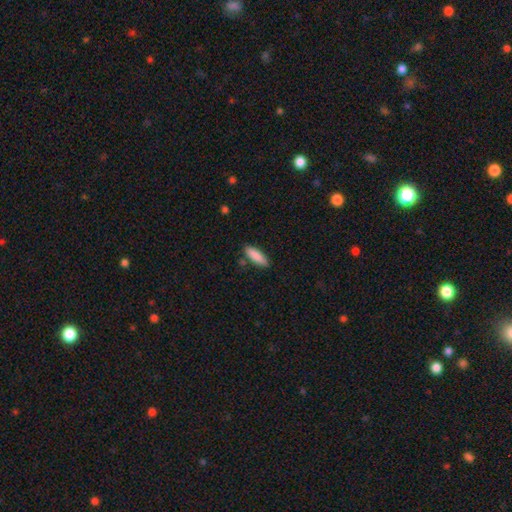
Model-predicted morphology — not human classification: This appears to be a smooth galaxy with no disk features (86%) that is cigar-shaped (56%). Merging: none (83%).